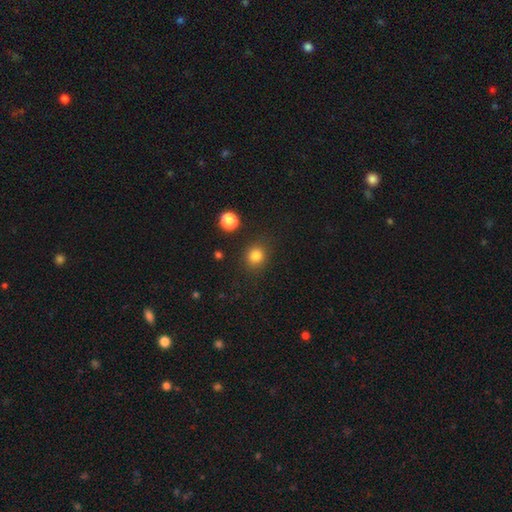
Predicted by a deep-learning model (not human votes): smooth 83%, star or artifact 12%, featured or disk 4%. Down the decision tree: how rounded — round (81%); merging — none (83%).